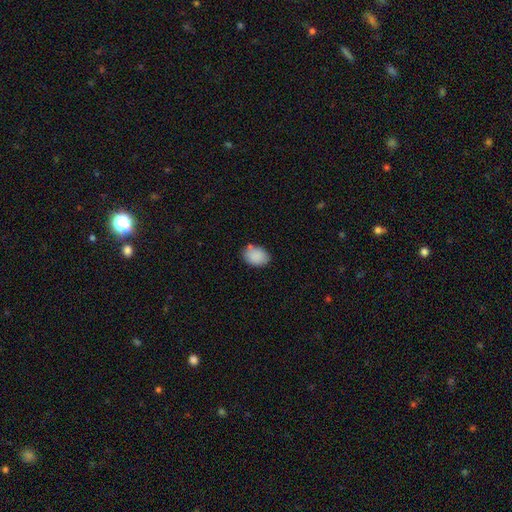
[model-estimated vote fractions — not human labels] A smooth galaxy with no disk features (88%) that is in between round and cigar-shaped (74%).

Vote fractions:
- Smooth or featured? smooth: 88% / star or artifact: 7% / featured or disk: 4%
- How rounded? in between: 74% / round: 25% / cigar-shaped: 1%
- Merging? none: 75% / minor disturbance: 17% / merger: 4% / major disturbance: 4%